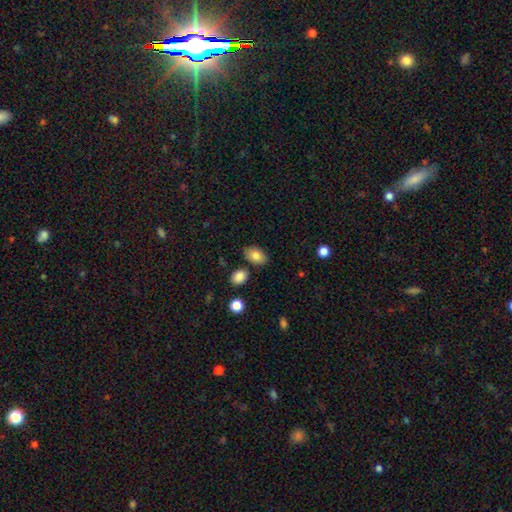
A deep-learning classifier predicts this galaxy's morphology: Smooth or featured? Predicted: smooth (p=0.82). How rounded? Predicted: in between (p=0.87). Merging? Predicted: none (p=0.79).